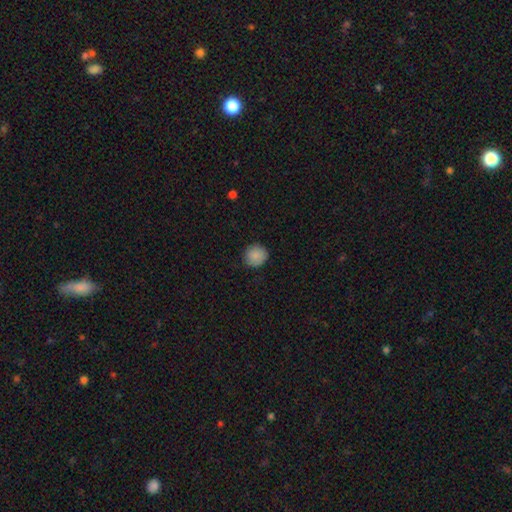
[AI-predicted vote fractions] Smooth or featured?
  - smooth: 87% *
  - star or artifact: 8%
  - featured or disk: 4%
How rounded?
  - round: 87% *
  - in between: 12%
  - cigar-shaped: 1%
Merging?
  - none: 86% *
  - minor disturbance: 11%
  - major disturbance: 2%
  - merger: 1%